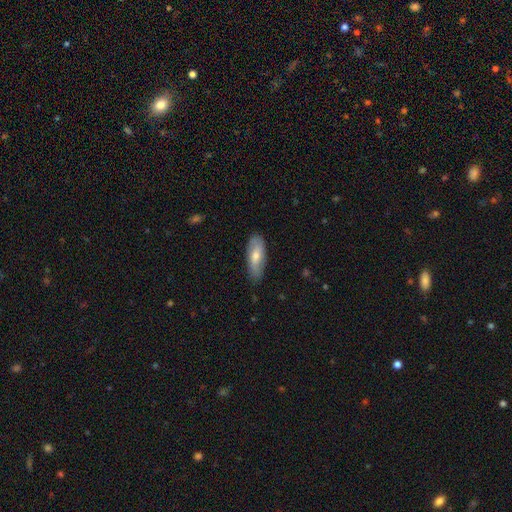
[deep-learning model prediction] A smooth galaxy with no disk features (60%) that is in between round and cigar-shaped (63%).

Vote fractions:
- Smooth or featured? smooth: 60% / featured or disk: 34% / star or artifact: 6%
- How rounded? in between: 63% / cigar-shaped: 34% / round: 2%
- Merging? none: 82% / minor disturbance: 14% / major disturbance: 2% / merger: 1%